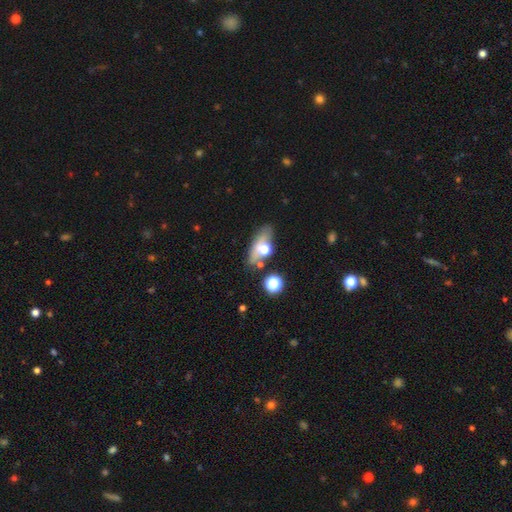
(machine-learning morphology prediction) A smooth galaxy with no disk features (53%) that is in between round and cigar-shaped (68%). Merging: none (68%).